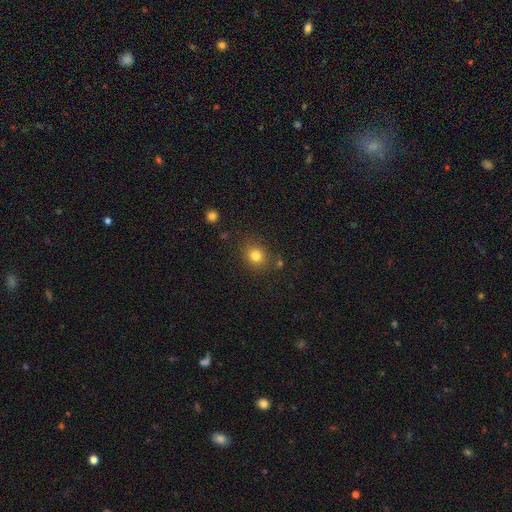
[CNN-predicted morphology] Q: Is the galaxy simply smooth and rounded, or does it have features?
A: smooth — 81%.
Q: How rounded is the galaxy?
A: round — 74%.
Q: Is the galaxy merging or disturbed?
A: none — 82%.